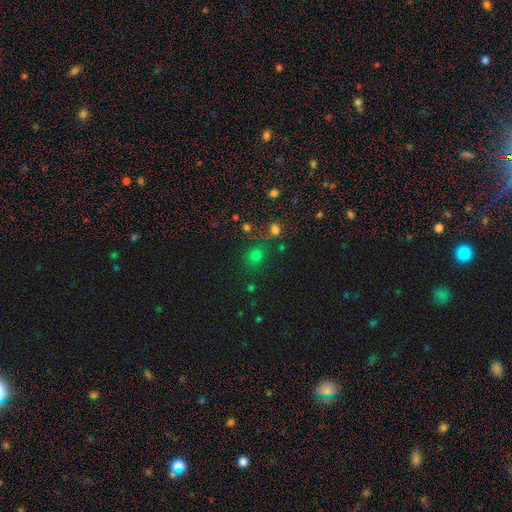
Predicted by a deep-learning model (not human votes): Smooth or featured? Predicted: smooth (p=0.68). How rounded? Predicted: round (p=0.83). Merging? Predicted: none (p=0.74).